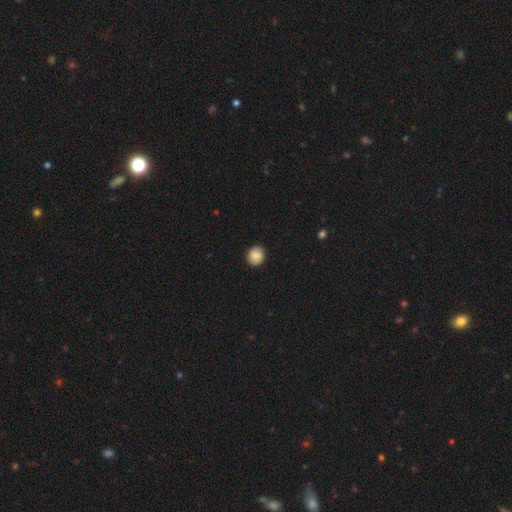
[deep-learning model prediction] Overall: smooth (75%). How rounded: round (79%). Merging: none (88%).